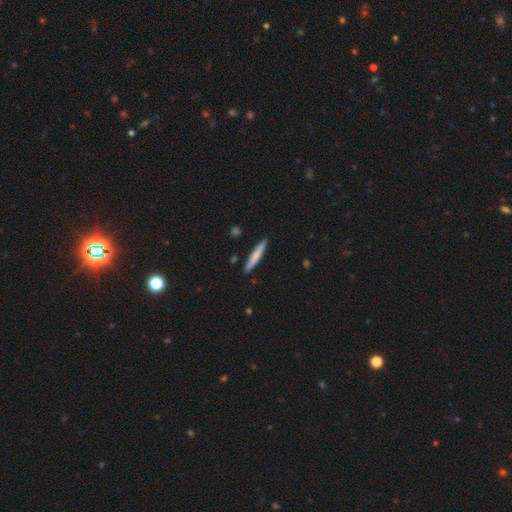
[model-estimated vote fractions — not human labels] A smooth galaxy with no disk features (70%) that is cigar-shaped (94%).

Vote fractions:
- Smooth or featured? smooth: 70% / featured or disk: 25% / star or artifact: 5%
- How rounded? cigar-shaped: 94% / in between: 4% / round: 1%
- Merging? none: 90% / minor disturbance: 7% / merger: 2% / major disturbance: 1%